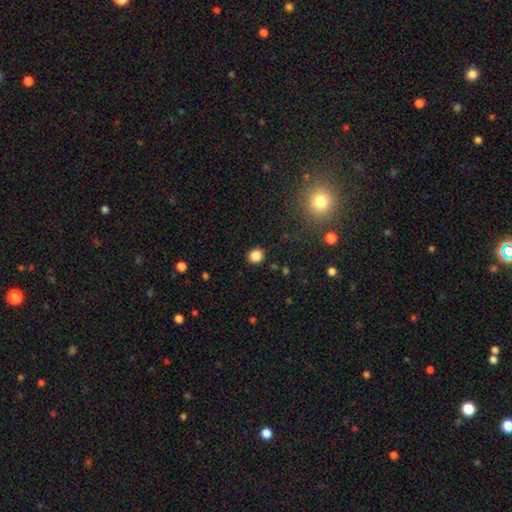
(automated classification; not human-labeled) smooth_or_featured: smooth (p=0.85) [alt: star or artifact p=0.11]
how_rounded: round (p=0.81) [alt: in between p=0.18]
merging: none (p=0.90) [alt: minor disturbance p=0.06]